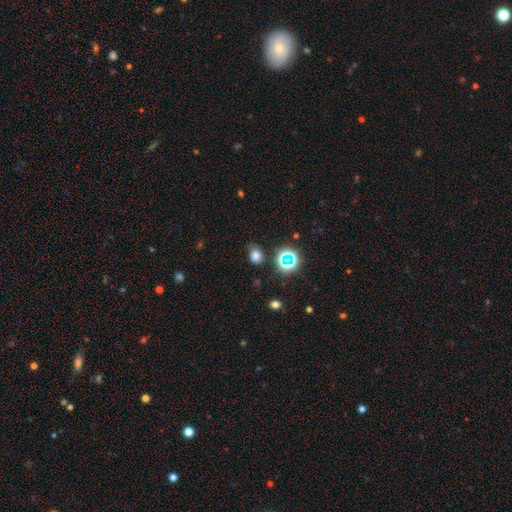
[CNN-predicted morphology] A smooth galaxy with no disk features (71%) that is round (55%).

Vote fractions:
- Smooth or featured? smooth: 71% / star or artifact: 22% / featured or disk: 7%
- How rounded? round: 55% / in between: 44% / cigar-shaped: 1%
- Merging? none: 64% / minor disturbance: 25% / major disturbance: 8% / merger: 3%